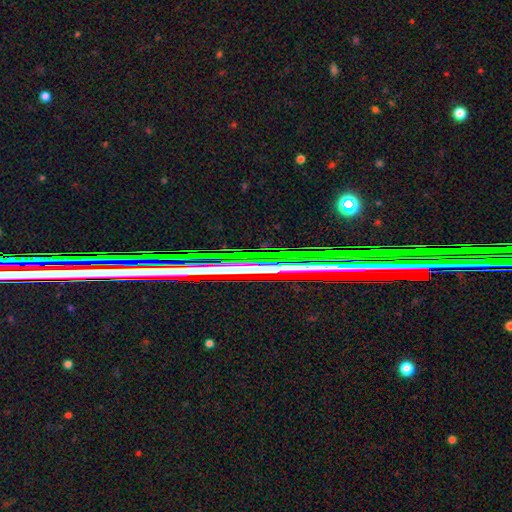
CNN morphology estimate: Smooth or featured? Predicted: star or artifact (p=0.68).